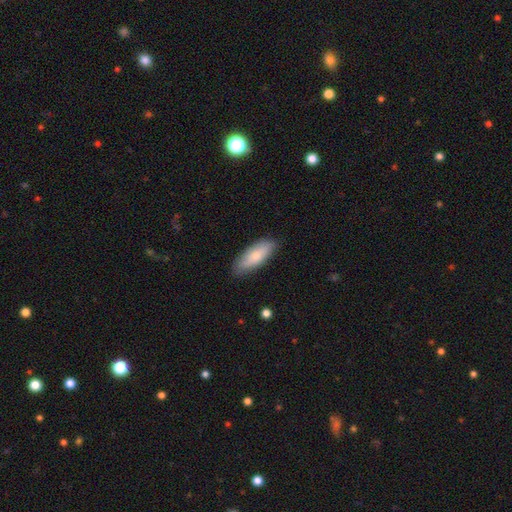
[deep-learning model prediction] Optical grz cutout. It shows a smooth galaxy with no disk features (79%) that is in between round and cigar-shaped (67%). Merging: none (84%).